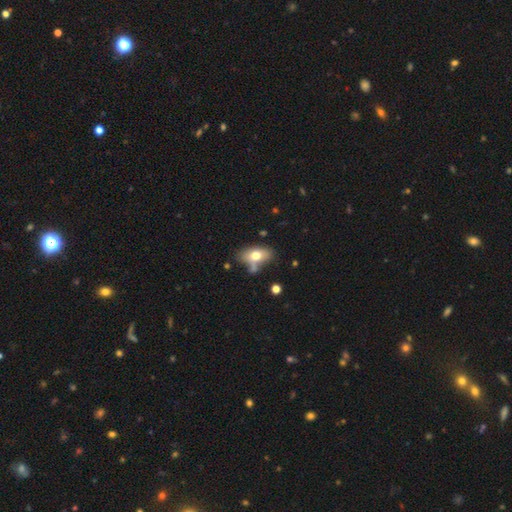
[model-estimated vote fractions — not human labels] smooth-or-featured: smooth: 70% | featured or disk: 22% | star or artifact: 8%
  how-rounded: in between: 88% | round: 8% | cigar-shaped: 4%
  merging: none: 55% | minor disturbance: 21% | merger: 16% | major disturbance: 8%